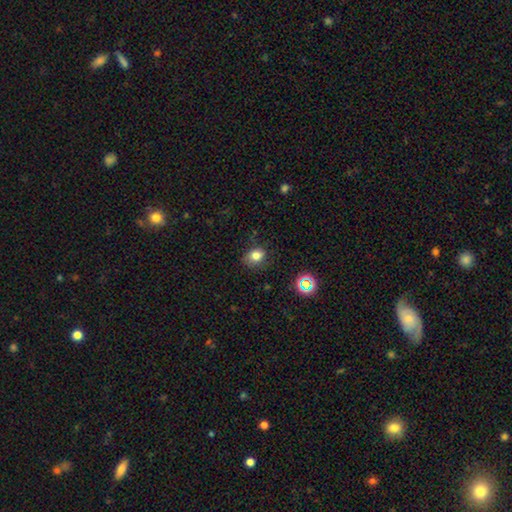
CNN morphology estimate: smooth-or-featured: smooth: 78% | star or artifact: 14% | featured or disk: 8%
  how-rounded: in between: 54% | round: 45% | cigar-shaped: 1%
  merging: none: 70% | minor disturbance: 22% | major disturbance: 6% | merger: 2%